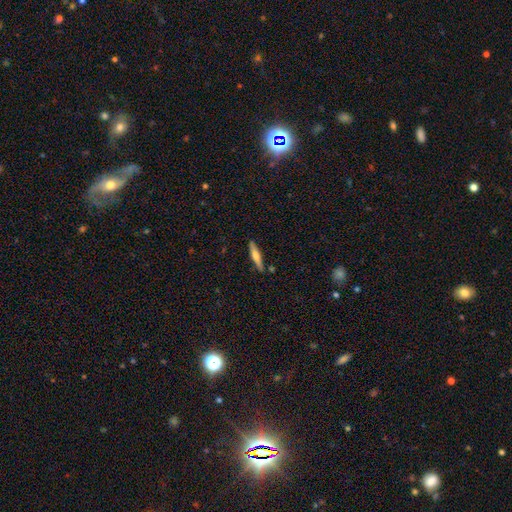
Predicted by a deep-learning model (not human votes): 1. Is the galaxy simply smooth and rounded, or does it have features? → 51% smooth, 43% featured or disk, 6% star or artifact.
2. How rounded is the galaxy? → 87% cigar-shaped, 12% in between, 2% round.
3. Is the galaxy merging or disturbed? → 87% none, 9% minor disturbance, 2% merger, 2% major disturbance.